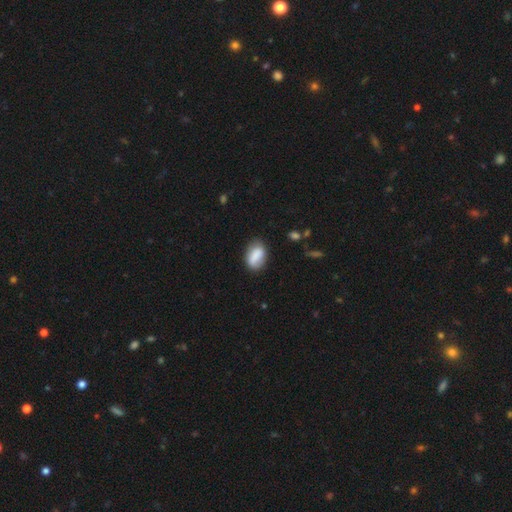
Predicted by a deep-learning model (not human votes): Smooth or featured?
  - smooth: 83% *
  - featured or disk: 10%
  - star or artifact: 7%
How rounded?
  - in between: 89% *
  - round: 9%
  - cigar-shaped: 2%
Merging?
  - none: 71% *
  - minor disturbance: 21%
  - major disturbance: 5%
  - merger: 2%